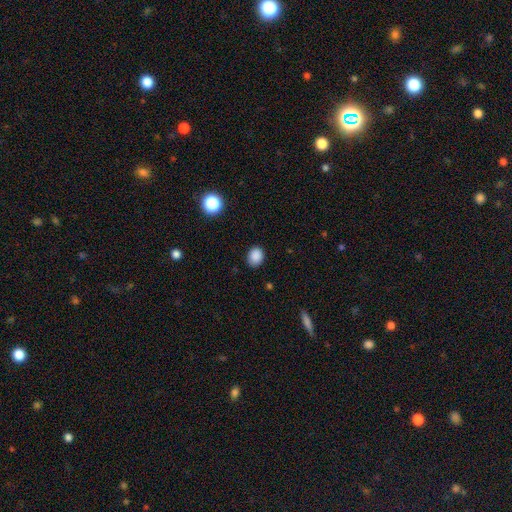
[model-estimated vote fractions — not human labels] smooth 87%, star or artifact 10%, featured or disk 3%. Down the decision tree: how rounded — round (52%); merging — none (84%).